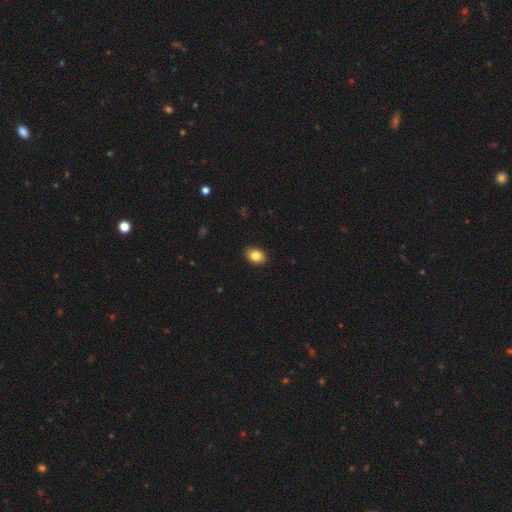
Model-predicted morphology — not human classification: Overall: smooth (85%). How rounded: in between (74%). Merging: none (89%).